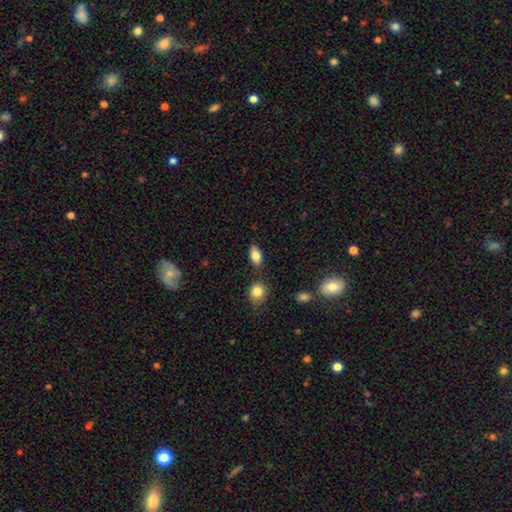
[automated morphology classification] smooth_or_featured: smooth (p=0.82) [alt: featured or disk p=0.10]
how_rounded: in between (p=0.88) [alt: round p=0.06]
merging: none (p=0.78) [alt: minor disturbance p=0.13]